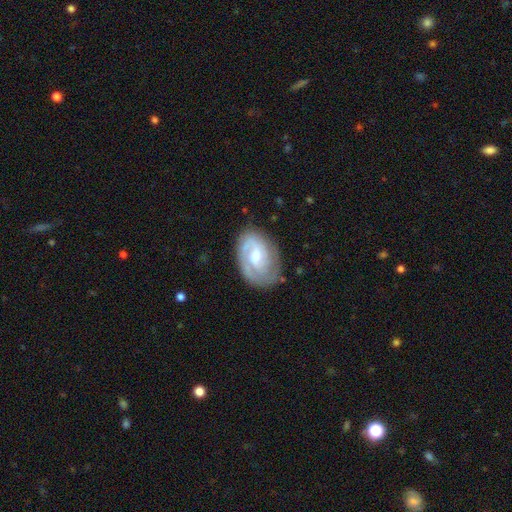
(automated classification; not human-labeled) smooth-or-featured: featured or disk: 76% | smooth: 19% | star or artifact: 5%
  disk-edge-on: no: 97% | yes: 3%
    bar: weak: 49% | no: 43% | strong: 9%
    has-spiral-arms: yes: 92% | no: 8%
      spiral-winding: tight: 51% | medium: 37% | loose: 12%
      spiral-arm-count: 2: 48% | can't tell: 22% | 1: 13% | 3: 12% | 4: 2% | more than 4: 2%
    bulge-size: moderate: 53% | small: 36% | large: 6% | none: 4% | dominant: 1%
  merging: none: 72% | minor disturbance: 19% | major disturbance: 7% | merger: 1%